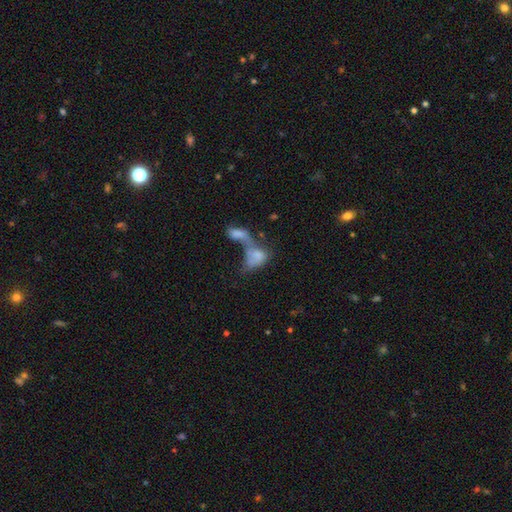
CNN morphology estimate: Smooth or featured? Predicted: smooth (p=0.67). How rounded? Predicted: in between (p=0.84). Merging? Predicted: merger (p=0.73).